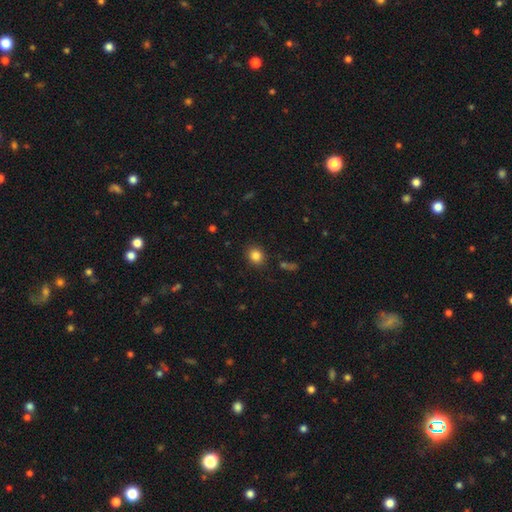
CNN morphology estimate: Smooth or featured? smooth (84%)
How rounded? round (71%)
Merging? none (88%)